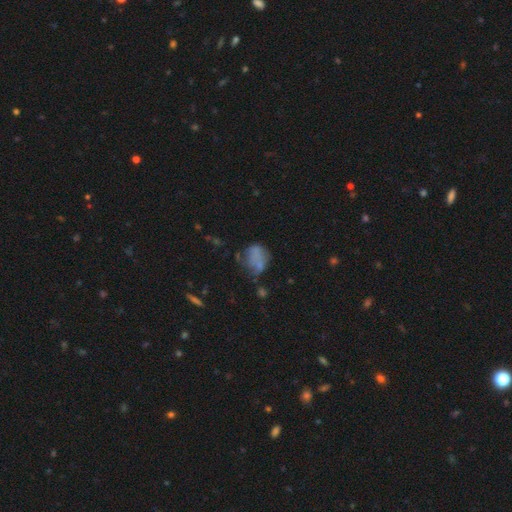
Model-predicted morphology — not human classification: A smooth galaxy with no disk features (58%) that is in between round and cigar-shaped (52%). Merging: none (34%).